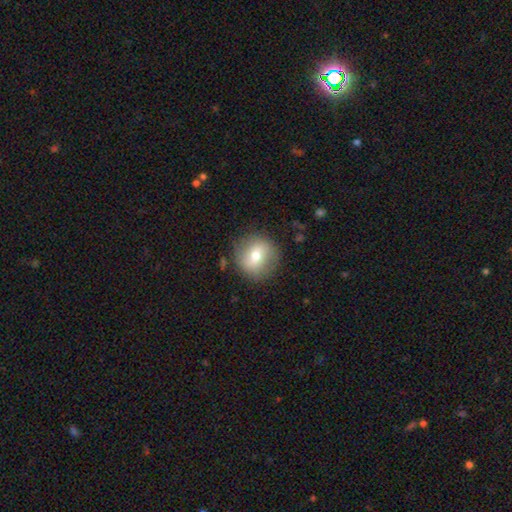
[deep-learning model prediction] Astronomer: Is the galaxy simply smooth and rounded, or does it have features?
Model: smooth — 63%.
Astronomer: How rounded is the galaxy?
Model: round — 91%.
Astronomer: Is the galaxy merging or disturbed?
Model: none — 85%.